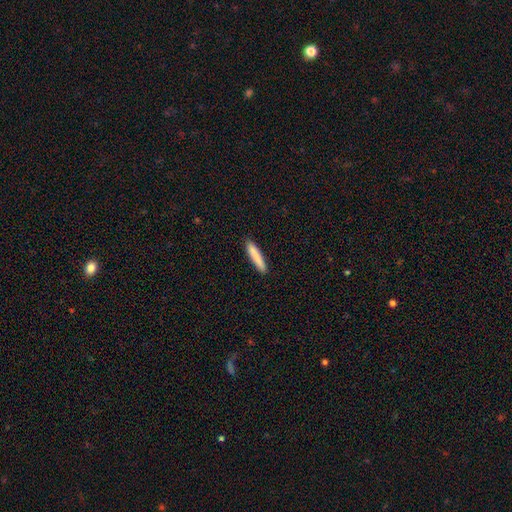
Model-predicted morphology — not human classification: smooth 85%, featured or disk 9%, star or artifact 6%. Down the decision tree: how rounded — cigar-shaped (91%); merging — none (90%).